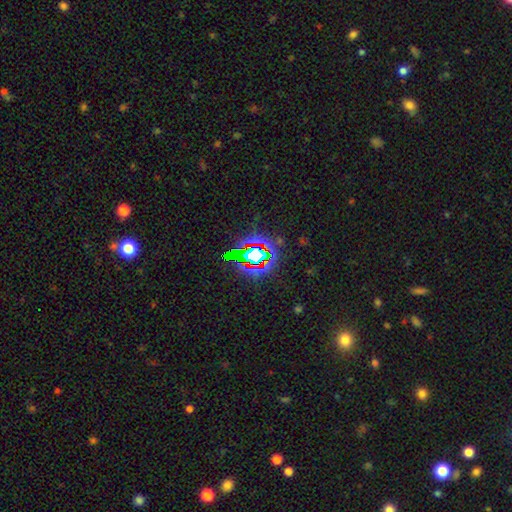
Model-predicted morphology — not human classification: Smooth or featured? star or artifact (67%)